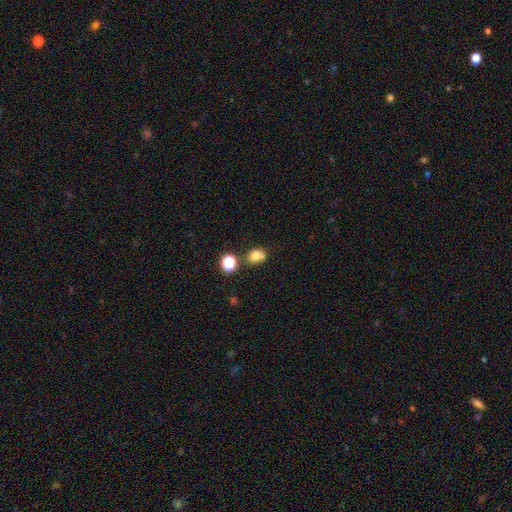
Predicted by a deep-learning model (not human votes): smooth_or_featured: smooth (p=0.73) [alt: star or artifact p=0.15]
how_rounded: round (p=0.56) [alt: in between p=0.43]
merging: none (p=0.46) [alt: merger p=0.33]